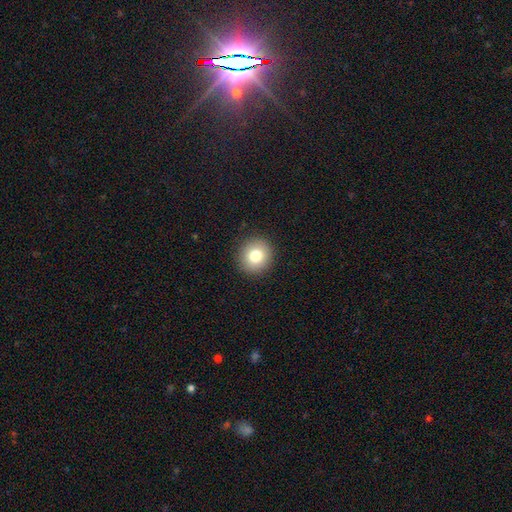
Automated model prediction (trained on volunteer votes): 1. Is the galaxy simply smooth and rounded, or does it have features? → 79% smooth, 10% featured or disk, 10% star or artifact.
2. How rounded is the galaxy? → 89% round, 10% in between, 1% cigar-shaped.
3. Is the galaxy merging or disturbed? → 92% none, 6% minor disturbance, 2% major disturbance, 1% merger.